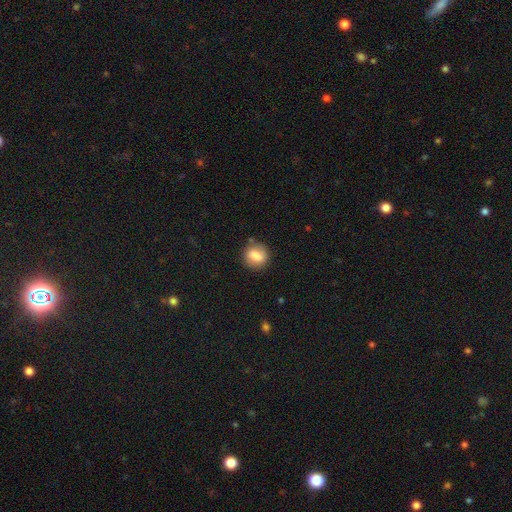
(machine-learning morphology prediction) smooth_or_featured: smooth (p=0.74) [alt: featured or disk p=0.18]
how_rounded: round (p=0.66) [alt: in between p=0.32]
merging: none (p=0.79) [alt: minor disturbance p=0.15]